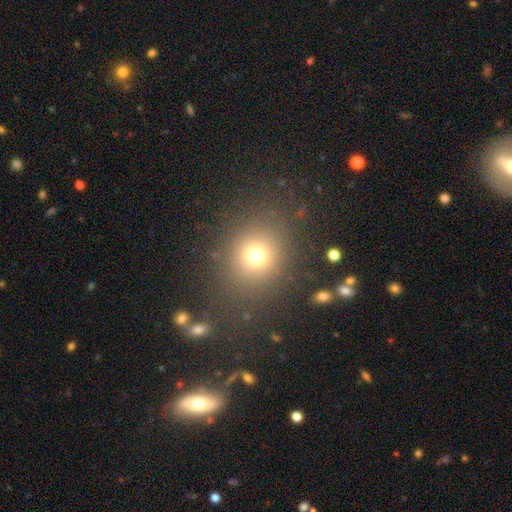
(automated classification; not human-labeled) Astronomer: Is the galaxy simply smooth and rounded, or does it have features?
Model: smooth — 72%.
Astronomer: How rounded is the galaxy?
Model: round — 74%.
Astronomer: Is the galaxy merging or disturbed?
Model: none — 81%.